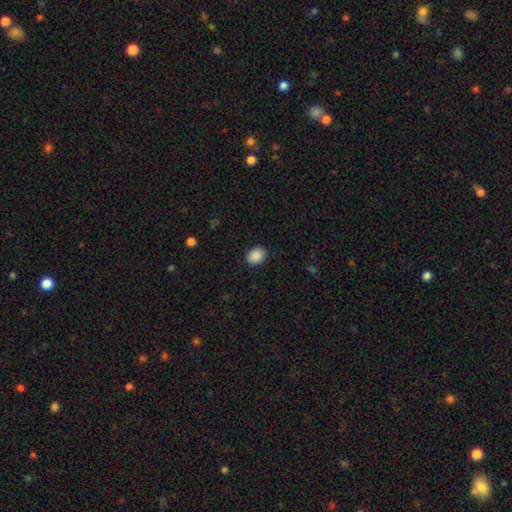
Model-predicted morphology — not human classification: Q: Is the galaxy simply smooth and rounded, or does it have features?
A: smooth — 89%.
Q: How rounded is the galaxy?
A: in between — 55%.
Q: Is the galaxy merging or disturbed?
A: none — 88%.